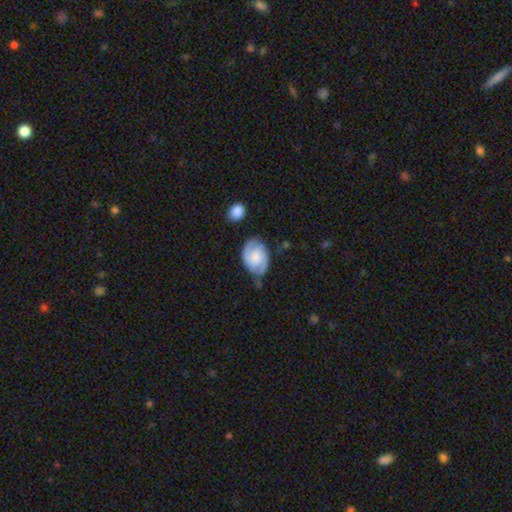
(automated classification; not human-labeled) A featured or disk galaxy (73%) with no bar (60%), 2 (86%) tight (44%, tied with medium) spiral arms (95%) and a small central bulge (40%). Merging: none (65%).